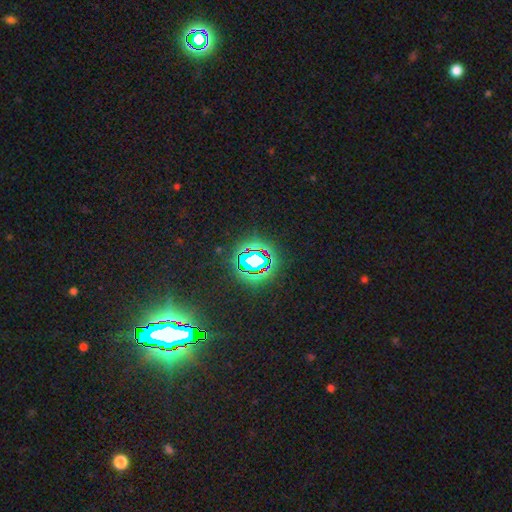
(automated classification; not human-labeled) star or artifact 76%, smooth 14%, featured or disk 10%.